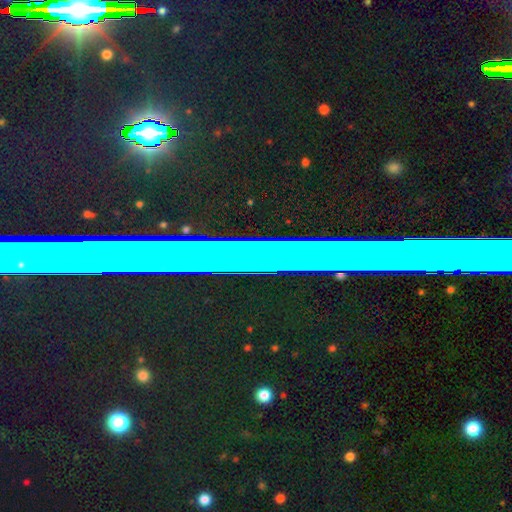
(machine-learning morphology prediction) star or artifact 68%, featured or disk 17%, smooth 15%.